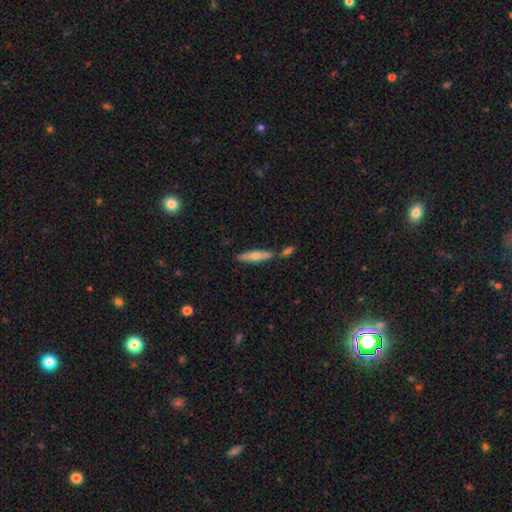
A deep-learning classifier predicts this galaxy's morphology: Q: Smooth or featured?
A: smooth (51%); runner-up: featured or disk (42%)
Q: How rounded?
A: cigar-shaped (81%); runner-up: in between (17%)
Q: Merging?
A: none (74%); runner-up: merger (12%)